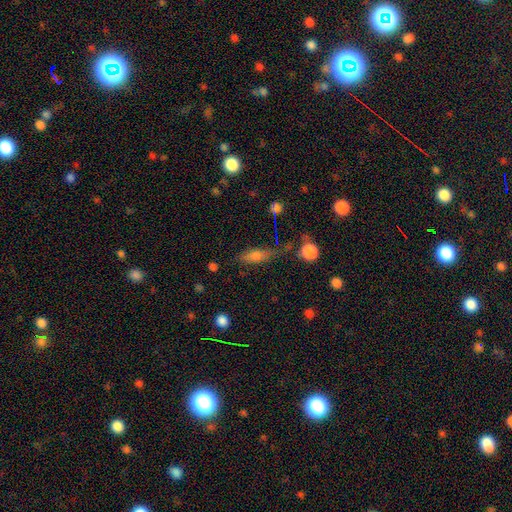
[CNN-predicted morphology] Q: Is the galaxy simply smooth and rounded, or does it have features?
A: smooth — 64%.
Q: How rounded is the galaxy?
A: in between — 52%.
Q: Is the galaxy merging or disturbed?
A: none — 62%.